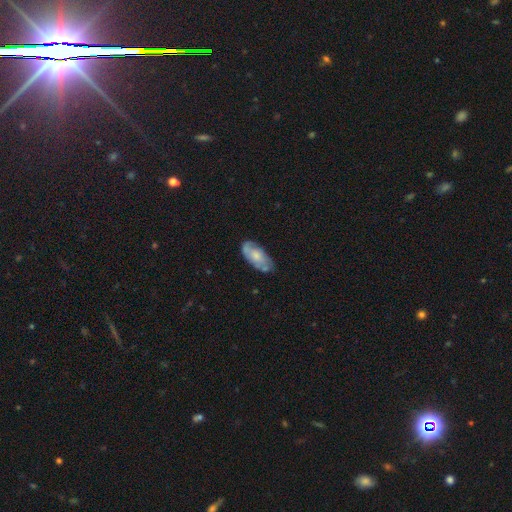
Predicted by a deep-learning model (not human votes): Smooth or featured?
  - smooth: 48% *
  - featured or disk: 46%
  - star or artifact: 6%
Merging?
  - none: 68% *
  - minor disturbance: 24%
  - major disturbance: 6%
  - merger: 3%